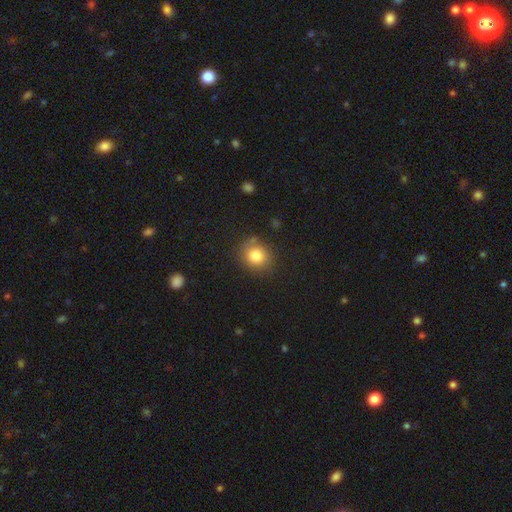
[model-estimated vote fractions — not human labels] This appears to be a smooth galaxy with no disk features (82%) that is round (80%). Merging: none (77%).